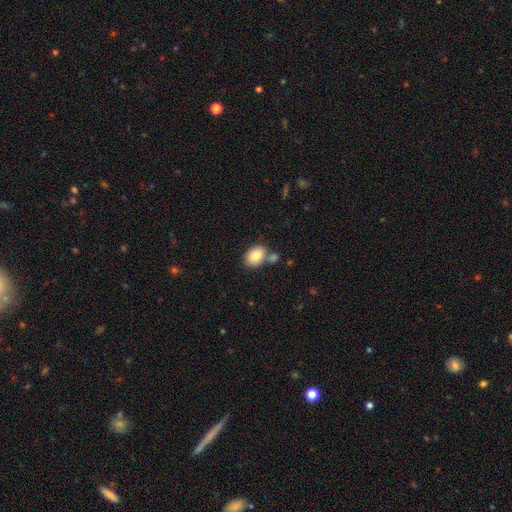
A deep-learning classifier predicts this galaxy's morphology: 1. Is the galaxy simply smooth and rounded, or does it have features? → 83% smooth, 10% featured or disk, 8% star or artifact.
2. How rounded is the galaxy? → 76% in between, 22% round, 1% cigar-shaped.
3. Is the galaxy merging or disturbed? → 62% none, 21% merger, 13% minor disturbance, 4% major disturbance.